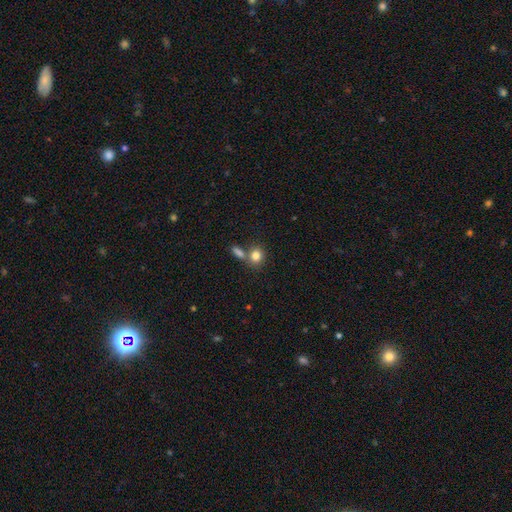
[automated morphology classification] This is clearly a smooth galaxy (83%). How rounded: likely round (66%). Merging: possibly none (57%).